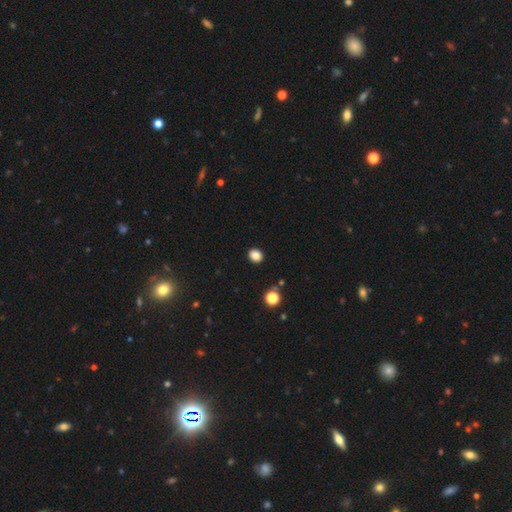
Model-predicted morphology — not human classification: Smooth or featured? smooth (85%)
How rounded? round (67%)
Merging? none (90%)